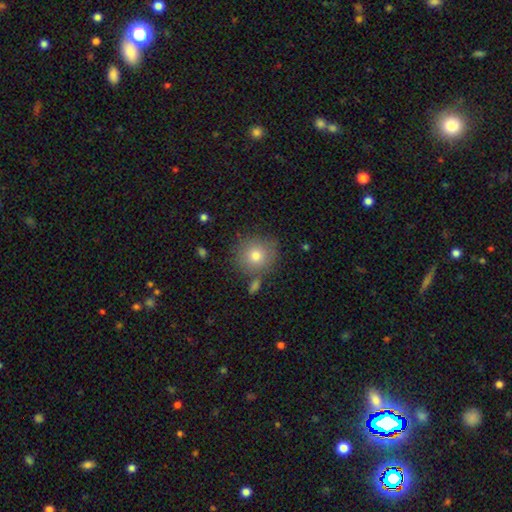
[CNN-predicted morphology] smooth_or_featured: smooth (p=0.79) [alt: featured or disk p=0.11]
how_rounded: round (p=0.90) [alt: in between p=0.09]
merging: none (p=0.77) [alt: minor disturbance p=0.12]